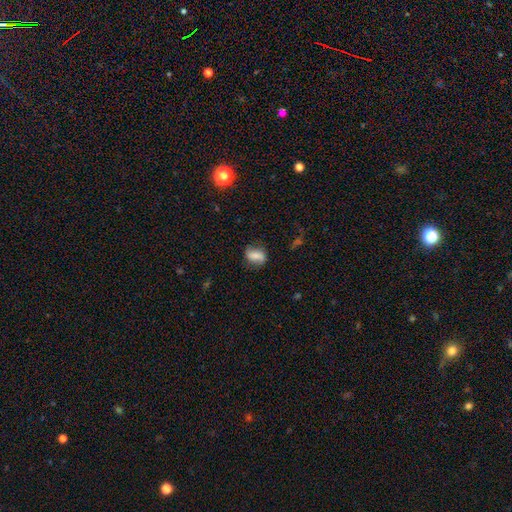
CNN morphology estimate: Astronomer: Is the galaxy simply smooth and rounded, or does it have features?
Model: smooth — 63%.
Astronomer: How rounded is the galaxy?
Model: in between — 71%.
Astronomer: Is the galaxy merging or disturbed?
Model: none — 73%.